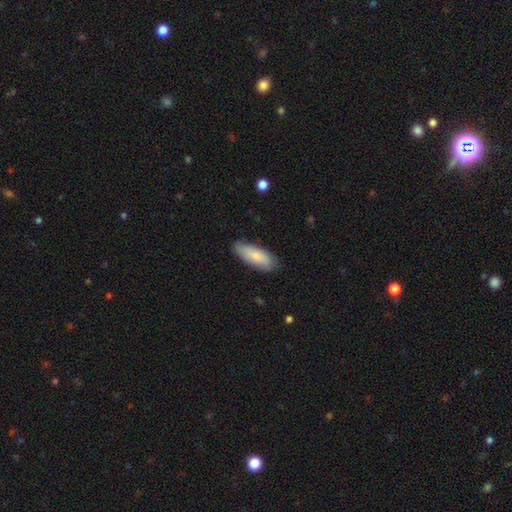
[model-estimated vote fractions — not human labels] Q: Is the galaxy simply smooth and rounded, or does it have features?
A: smooth — 81%.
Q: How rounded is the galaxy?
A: in between — 68%.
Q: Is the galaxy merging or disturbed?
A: none — 80%.